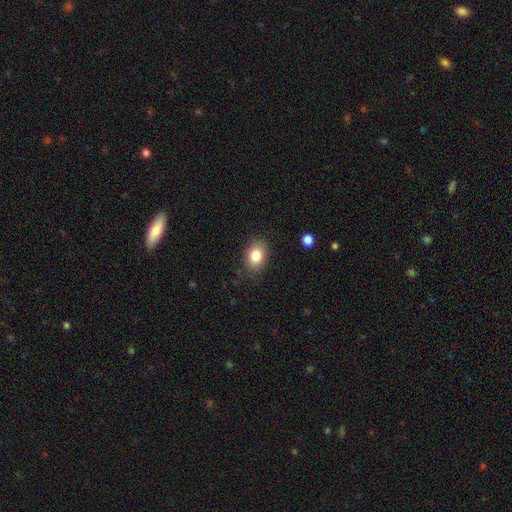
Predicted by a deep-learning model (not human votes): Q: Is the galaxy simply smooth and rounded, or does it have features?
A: smooth — 83%.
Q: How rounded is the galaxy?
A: in between — 70%.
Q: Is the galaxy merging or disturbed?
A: none — 83%.